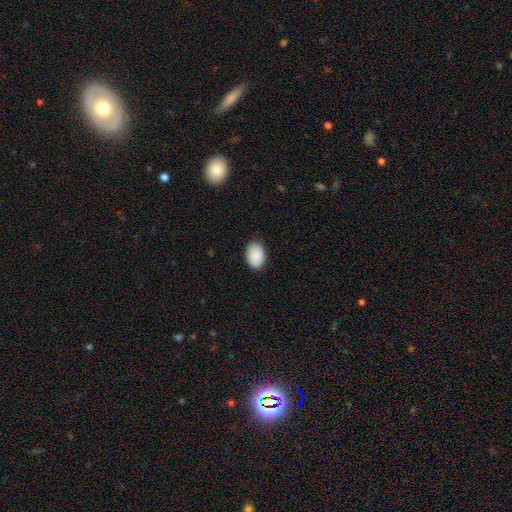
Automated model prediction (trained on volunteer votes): Q: Smooth or featured?
A: smooth (90%); runner-up: star or artifact (6%)
Q: How rounded?
A: in between (88%); runner-up: round (11%)
Q: Merging?
A: none (87%); runner-up: minor disturbance (10%)